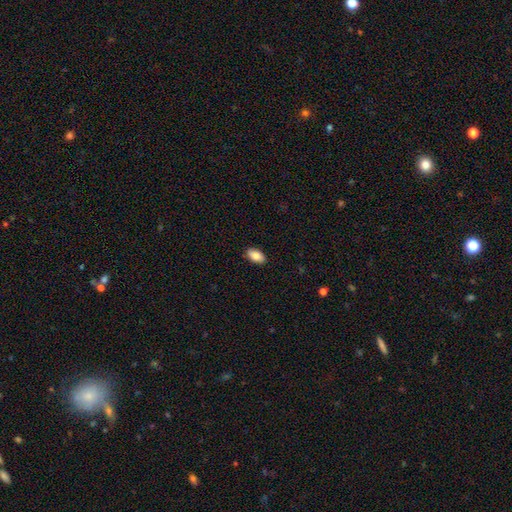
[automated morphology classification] Smooth or featured? Predicted: smooth (p=0.86). How rounded? Predicted: in between (p=0.93). Merging? Predicted: none (p=0.90).